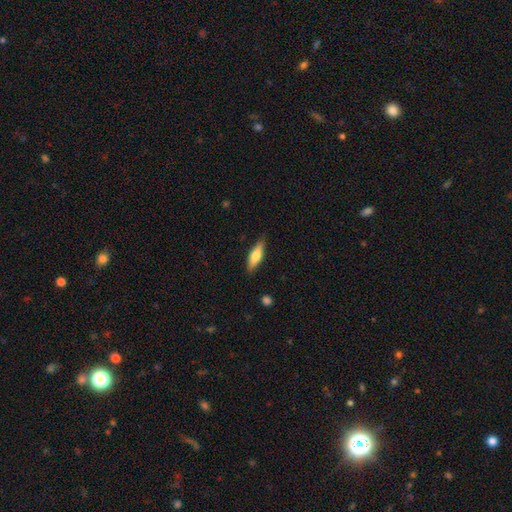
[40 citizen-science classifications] smooth_or_featured: smooth (p=0.68) [alt: featured or disk p=0.28]
how_rounded: in between (p=0.59) [alt: cigar-shaped p=0.37]
merging: none (p=0.61) [alt: minor disturbance p=0.34]